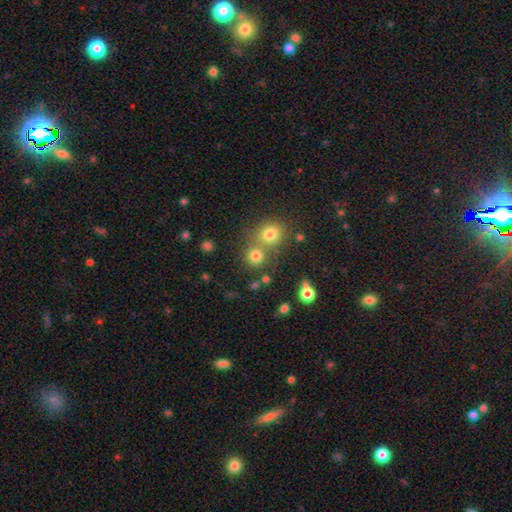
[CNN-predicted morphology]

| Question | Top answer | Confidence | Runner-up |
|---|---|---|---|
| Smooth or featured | smooth | 76% | star or artifact (16%) |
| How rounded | round | 87% | in between (12%) |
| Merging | none | 59% | merger (31%) |